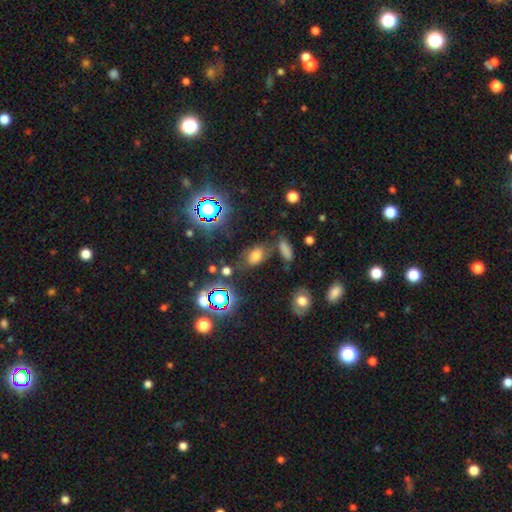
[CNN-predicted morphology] Smooth or featured? smooth (62%)
How rounded? in between (80%)
Merging? none (70%)